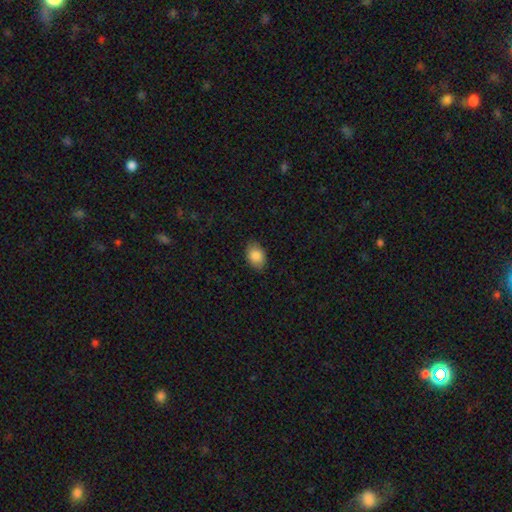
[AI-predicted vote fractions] smooth 87%, star or artifact 7%, featured or disk 6%. Down the decision tree: how rounded — in between (84%); merging — none (84%).